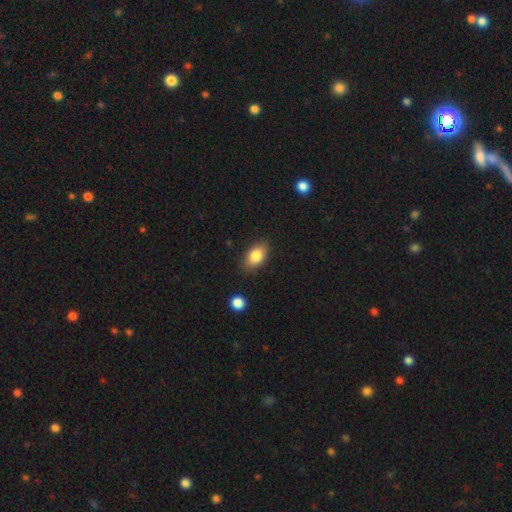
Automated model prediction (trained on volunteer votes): Smooth or featured? smooth (84%)
How rounded? in between (89%)
Merging? none (85%)